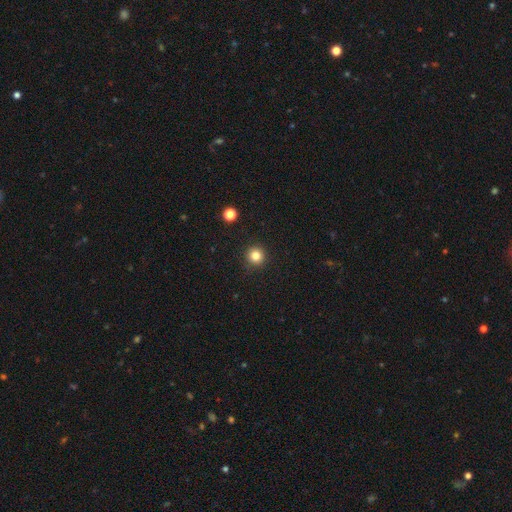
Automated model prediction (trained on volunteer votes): Q: Smooth or featured?
A: smooth (83%); runner-up: star or artifact (12%)
Q: How rounded?
A: round (95%); runner-up: in between (4%)
Q: Merging?
A: none (92%); runner-up: minor disturbance (5%)